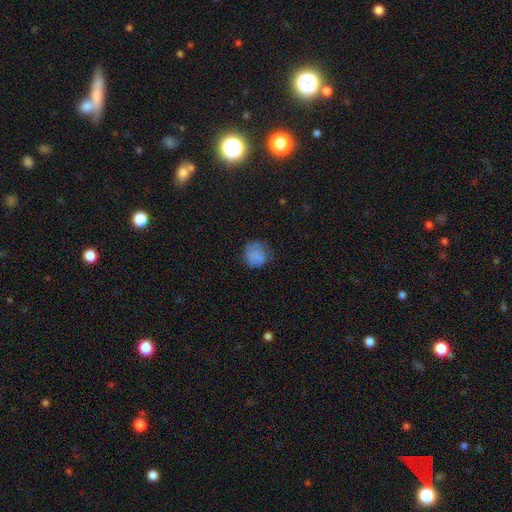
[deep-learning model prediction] Smooth or featured: smooth — 80% (star or artifact — 11%)
How rounded: round — 83% (in between — 16%)
Merging: none — 64% (minor disturbance — 25%)